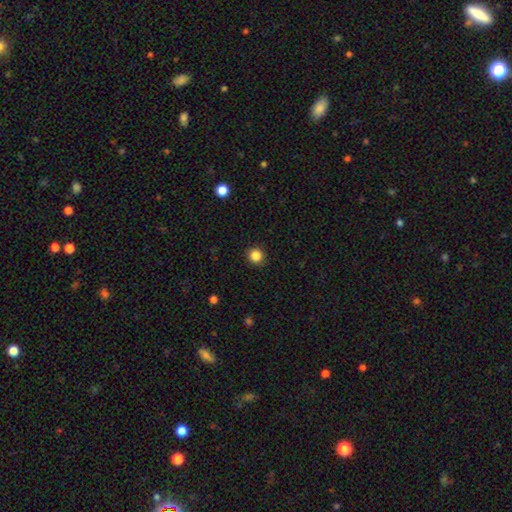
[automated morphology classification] type=smooth (85%); roundness=round (94%); merging=none (92%).